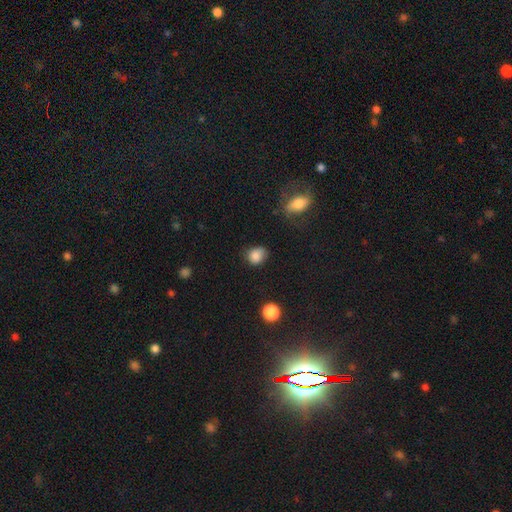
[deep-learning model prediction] smooth 83%, star or artifact 11%, featured or disk 6%. Down the decision tree: how rounded — round (59%); merging — none (61%).